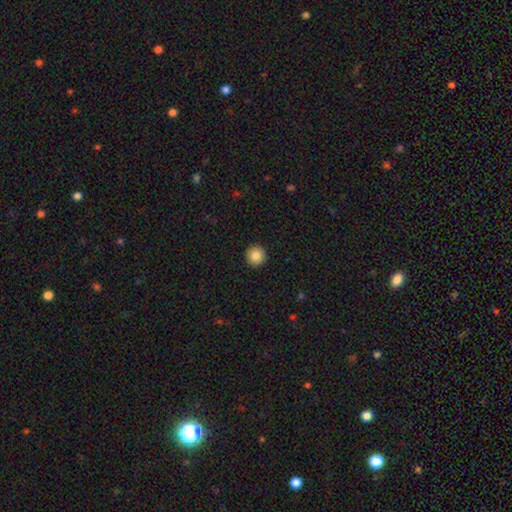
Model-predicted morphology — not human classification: Overall: smooth (85%). How rounded: round (96%). Merging: none (93%).